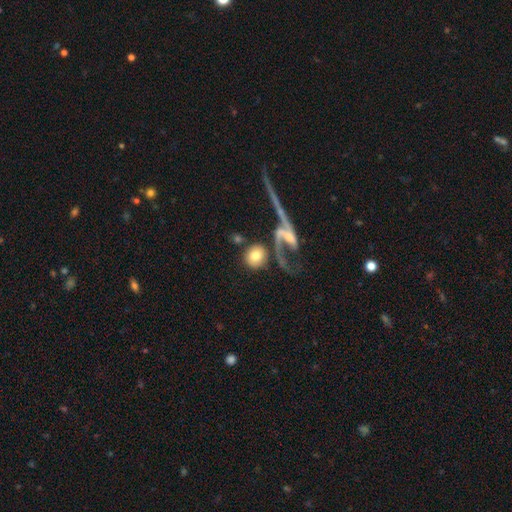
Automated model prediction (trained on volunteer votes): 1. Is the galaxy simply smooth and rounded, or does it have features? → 72% smooth, 21% featured or disk, 7% star or artifact.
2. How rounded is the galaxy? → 81% round, 17% in between, 2% cigar-shaped.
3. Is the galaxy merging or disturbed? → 57% none, 21% merger, 11% major disturbance, 11% minor disturbance.